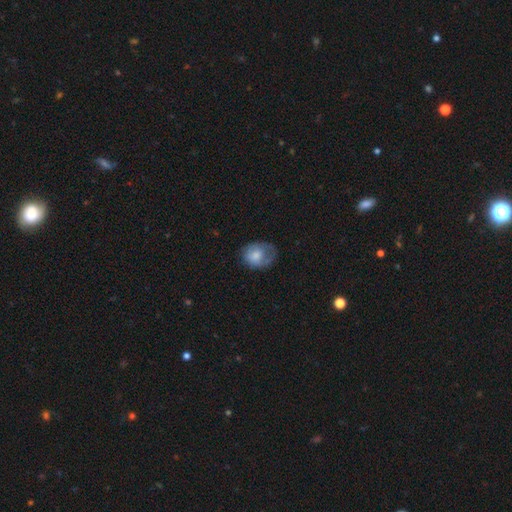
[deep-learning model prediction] The model was most divided on "merging": none: 46%, minor disturbance: 31%, major disturbance: 22%, merger: 2%. More confident: smooth or featured — smooth (67%); how rounded — in between (57%).